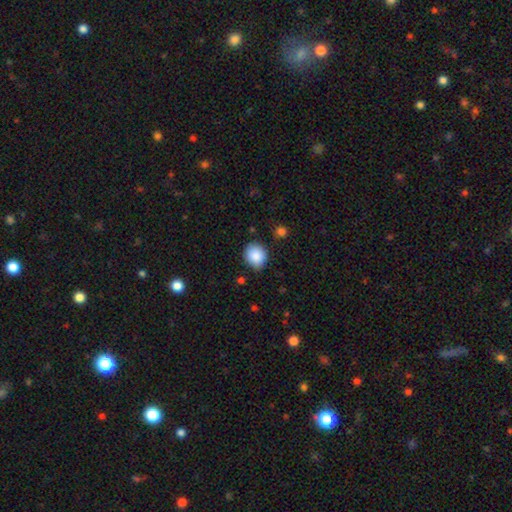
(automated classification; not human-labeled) Smooth or featured?
  - smooth: 88% *
  - star or artifact: 8%
  - featured or disk: 4%
How rounded?
  - round: 73% *
  - in between: 26%
  - cigar-shaped: 1%
Merging?
  - none: 81% *
  - minor disturbance: 14%
  - major disturbance: 3%
  - merger: 2%